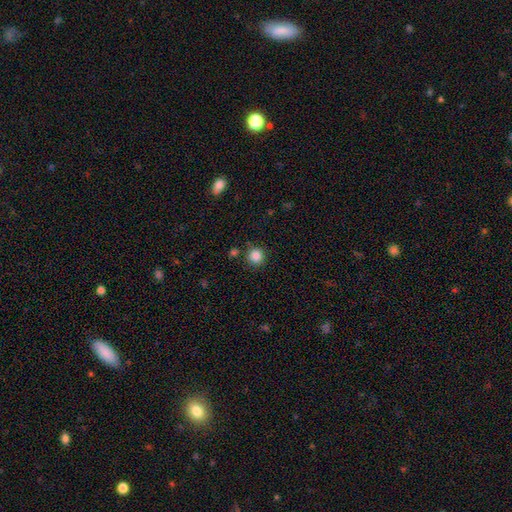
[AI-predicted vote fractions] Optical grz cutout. It shows a smooth galaxy with no disk features (86%) that is round (93%). Merging: none (85%).